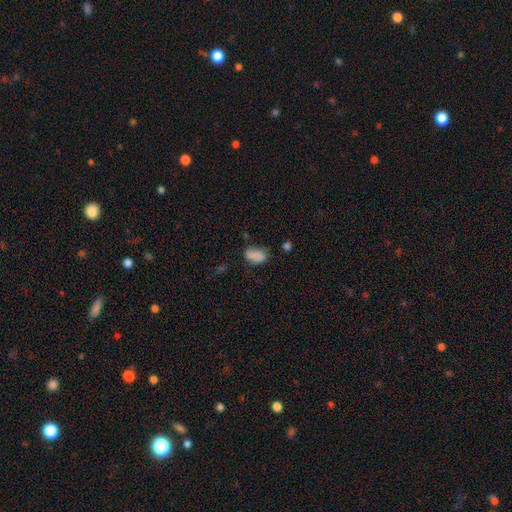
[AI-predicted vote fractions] The model was most divided on "merging": none: 56%, minor disturbance: 27%, major disturbance: 10%, merger: 8%. More confident: how rounded — in between (88%); smooth or featured — smooth (79%).